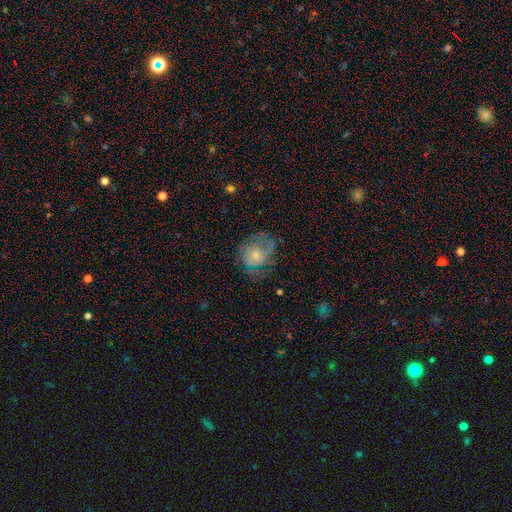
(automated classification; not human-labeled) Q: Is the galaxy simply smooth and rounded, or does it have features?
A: featured or disk — 46%.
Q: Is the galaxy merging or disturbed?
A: none — 51%.